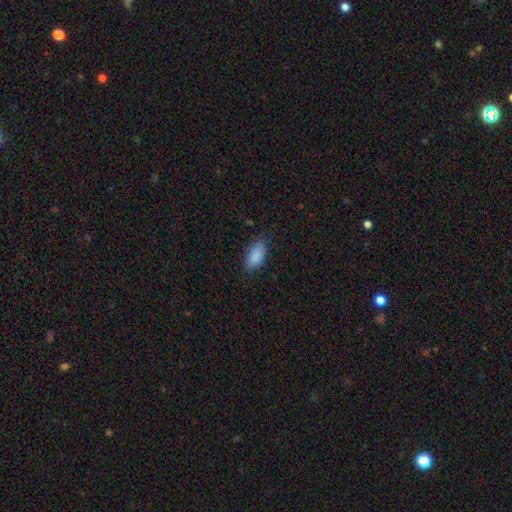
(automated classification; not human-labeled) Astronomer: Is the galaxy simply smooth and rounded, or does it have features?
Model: smooth — 89%.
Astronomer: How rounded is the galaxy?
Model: in between — 92%.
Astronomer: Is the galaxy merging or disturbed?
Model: none — 78%.